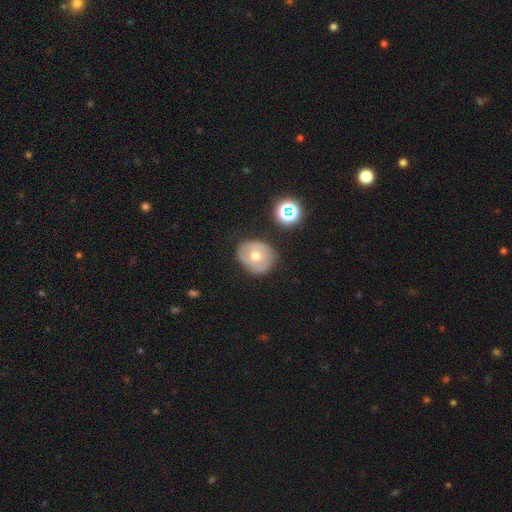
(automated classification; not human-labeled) The model was most divided on "smooth or featured": featured or disk: 47%, smooth: 43%, star or artifact: 10%. More confident: merging — none (74%).